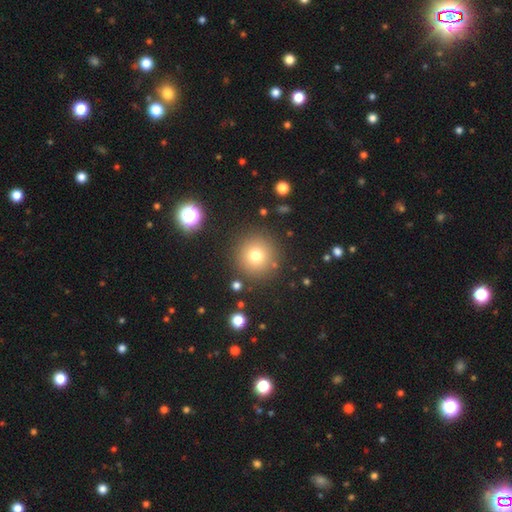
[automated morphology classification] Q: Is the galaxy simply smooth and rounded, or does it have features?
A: smooth — 75%.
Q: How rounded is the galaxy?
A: round — 95%.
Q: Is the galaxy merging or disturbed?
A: none — 87%.